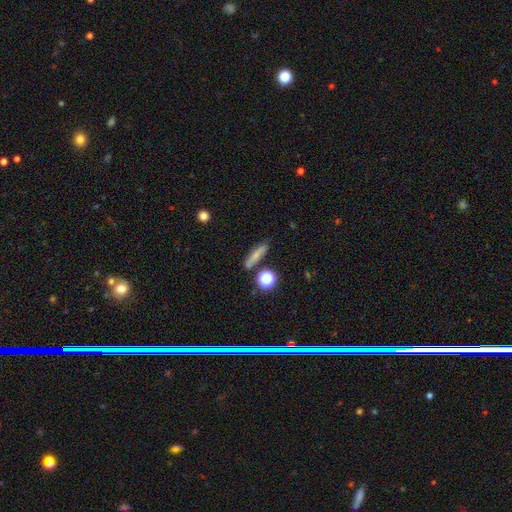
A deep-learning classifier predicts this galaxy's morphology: A smooth galaxy with no disk features (65%) that is cigar-shaped (70%). Merging: none (79%).